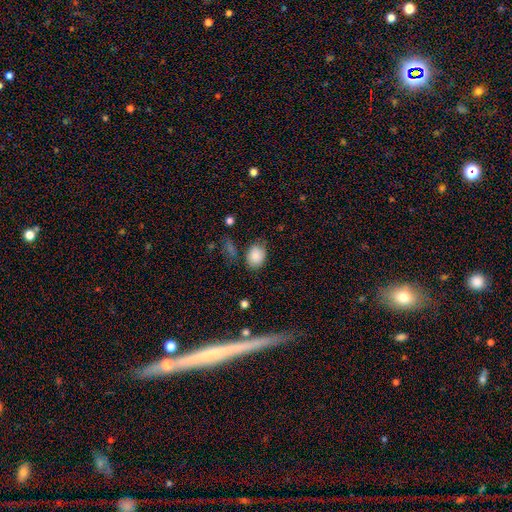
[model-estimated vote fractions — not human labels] This appears to be a smooth galaxy with no disk features (85%) that is in between round and cigar-shaped (63%). Merging: none (71%).